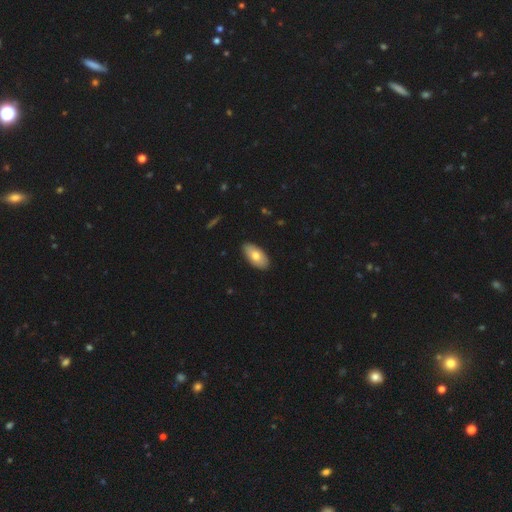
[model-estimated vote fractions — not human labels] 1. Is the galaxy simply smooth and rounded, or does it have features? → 75% smooth, 19% featured or disk, 6% star or artifact.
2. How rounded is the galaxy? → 94% in between, 4% cigar-shaped, 2% round.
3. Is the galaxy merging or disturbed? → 88% none, 9% minor disturbance, 2% major disturbance, 1% merger.